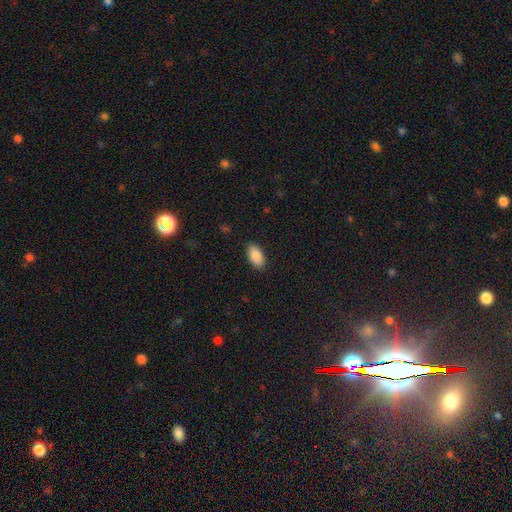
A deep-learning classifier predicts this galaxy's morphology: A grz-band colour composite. It shows a smooth galaxy with no disk features (89%) that is in between round and cigar-shaped (94%). Merging: none (88%).